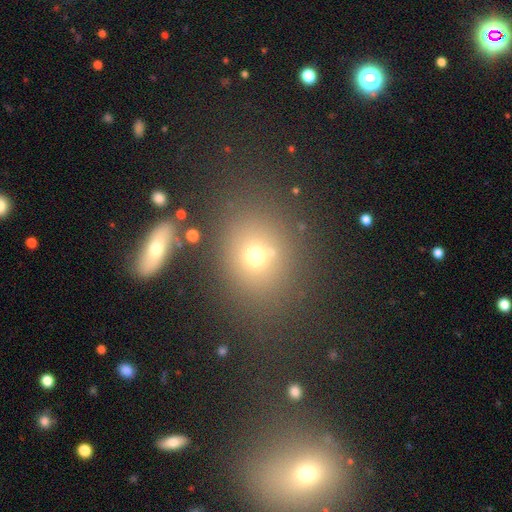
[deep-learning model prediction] A smooth galaxy with no disk features (67%) that is round (63%). Merging: none (71%).